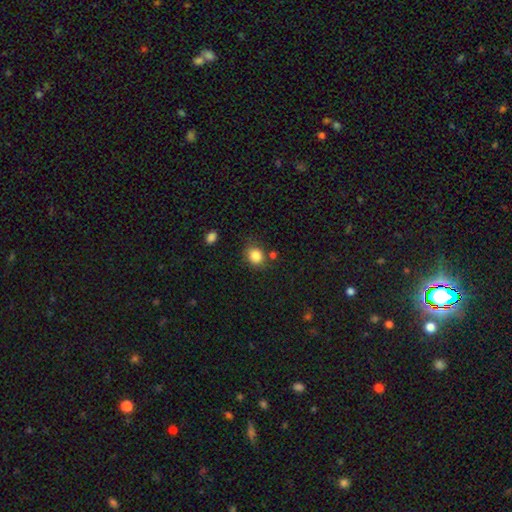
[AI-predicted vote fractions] smooth_or_featured: smooth (p=0.84) [alt: star or artifact p=0.10]
how_rounded: round (p=0.65) [alt: in between p=0.34]
merging: none (p=0.72) [alt: minor disturbance p=0.15]